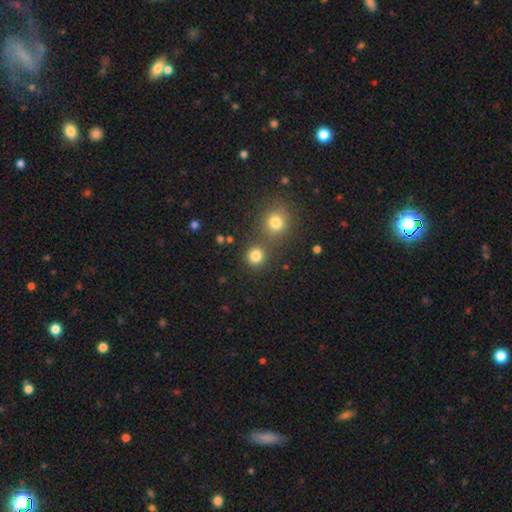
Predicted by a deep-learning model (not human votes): Smooth or featured? Predicted: smooth (p=0.82). How rounded? Predicted: round (p=0.89). Merging? Predicted: none (p=0.72).